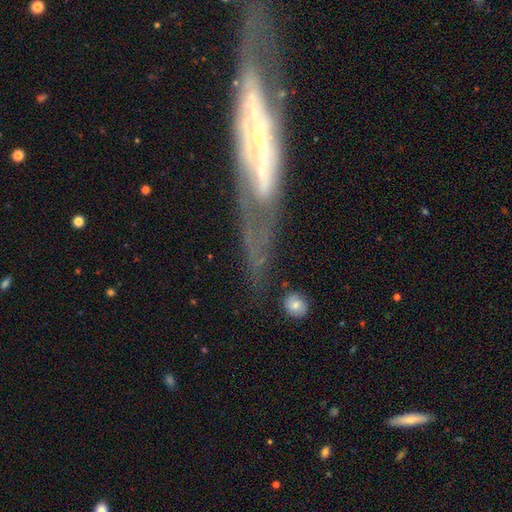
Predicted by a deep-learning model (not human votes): featured or disk 75%, smooth 16%, star or artifact 9%. Down the decision tree: edge-on disk — no (54%); merging — none (58%).